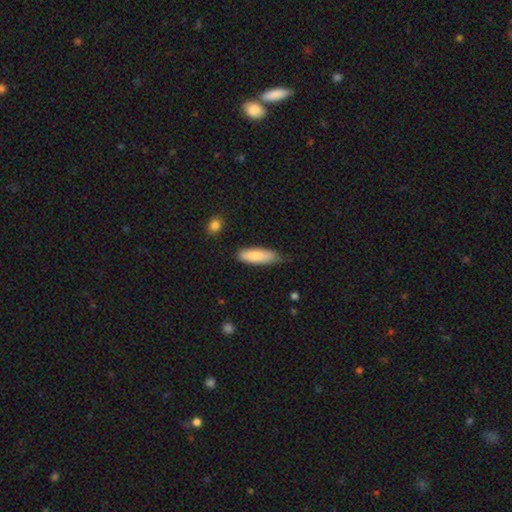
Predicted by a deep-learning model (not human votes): smooth 82%, featured or disk 12%, star or artifact 6%. Down the decision tree: how rounded — in between (53%); merging — none (66%).